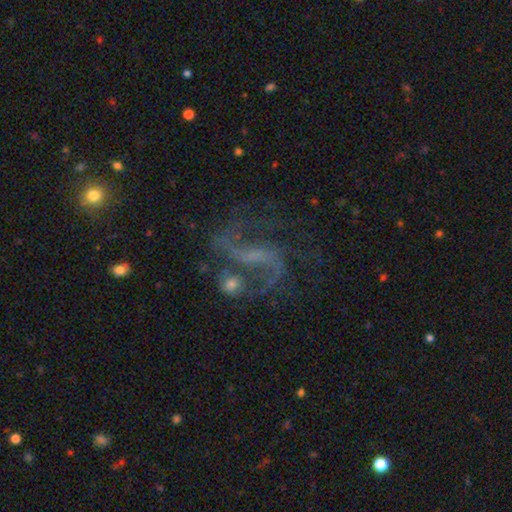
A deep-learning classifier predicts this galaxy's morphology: type=featured or disk (81%); edge-on=no (97%); bar=weak (43%); spiral arms=yes (93%); winding=loose (57%); arm count=2 (86%); bulge=none (41%); merging=none (56%).